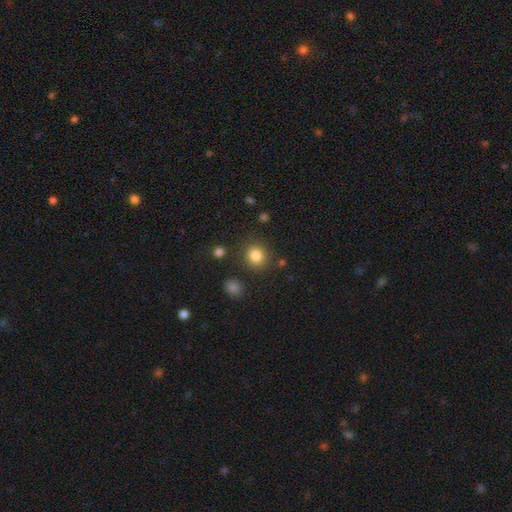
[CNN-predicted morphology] smooth 84%, star or artifact 11%, featured or disk 5%. Down the decision tree: how rounded — round (82%); merging — none (84%).